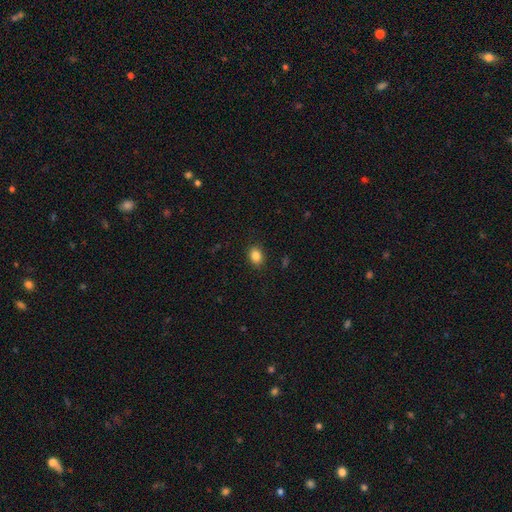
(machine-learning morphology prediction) Smooth or featured?
  - smooth: 85% *
  - star or artifact: 10%
  - featured or disk: 5%
How rounded?
  - in between: 63% *
  - round: 36%
  - cigar-shaped: 1%
Merging?
  - none: 88% *
  - minor disturbance: 8%
  - major disturbance: 2%
  - merger: 1%